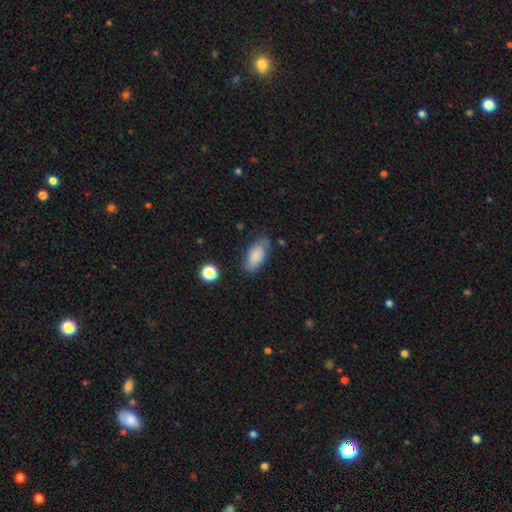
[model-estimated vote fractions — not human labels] A smooth galaxy with no disk features (78%) that is in between round and cigar-shaped (92%). Merging: none (69%).